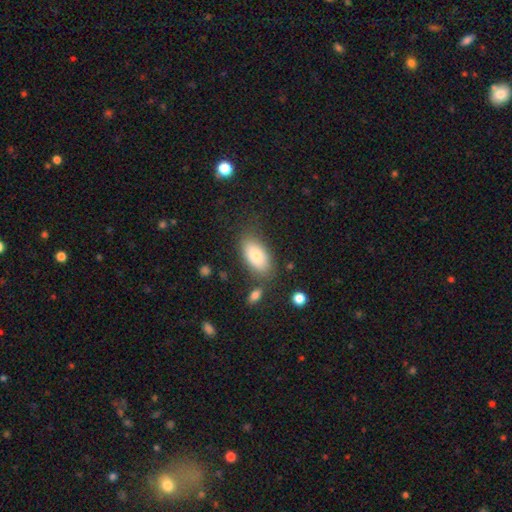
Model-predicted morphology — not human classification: Overall: smooth (79%). How rounded: in between (91%). Merging: none (74%).